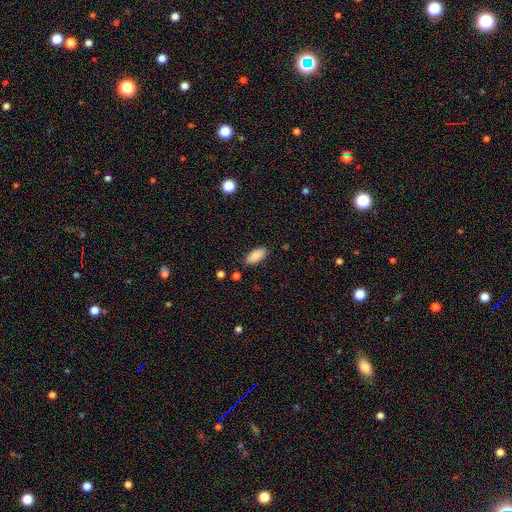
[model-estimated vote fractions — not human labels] Smooth or featured? Predicted: smooth (p=0.87). How rounded? Predicted: in between (p=0.90). Merging? Predicted: none (p=0.84).